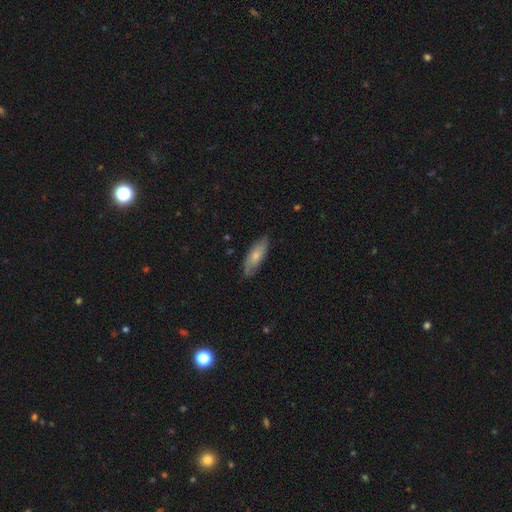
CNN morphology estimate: Smooth or featured: smooth — 67% (featured or disk — 28%)
How rounded: in between — 69% (cigar-shaped — 29%)
Merging: none — 78% (minor disturbance — 18%)